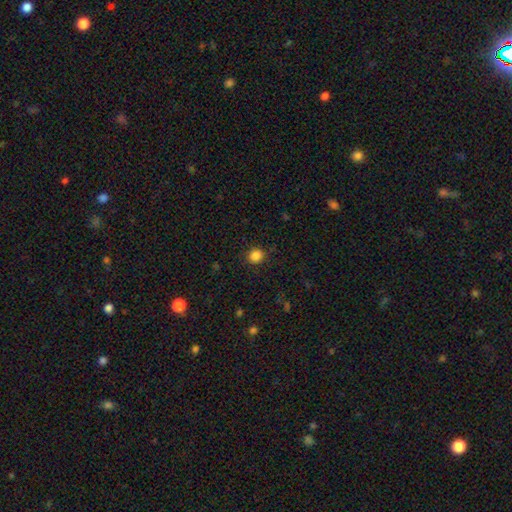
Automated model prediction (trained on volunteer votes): smooth_or_featured: smooth (p=0.85) [alt: star or artifact p=0.11]
how_rounded: round (p=0.82) [alt: in between p=0.17]
merging: none (p=0.86) [alt: minor disturbance p=0.10]